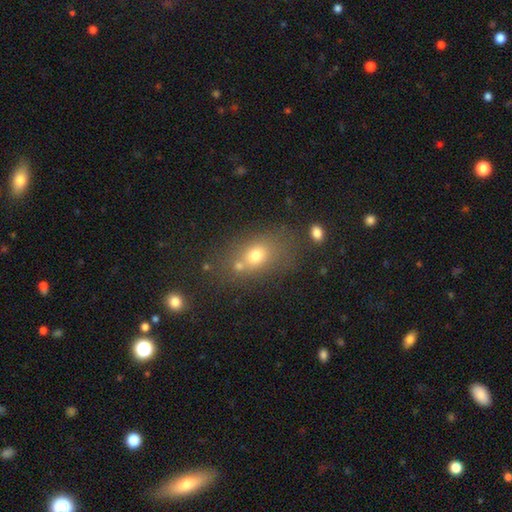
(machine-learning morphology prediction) This is likely a smooth galaxy (68%). How rounded: likely in between (64%). Merging: possibly none (58%).